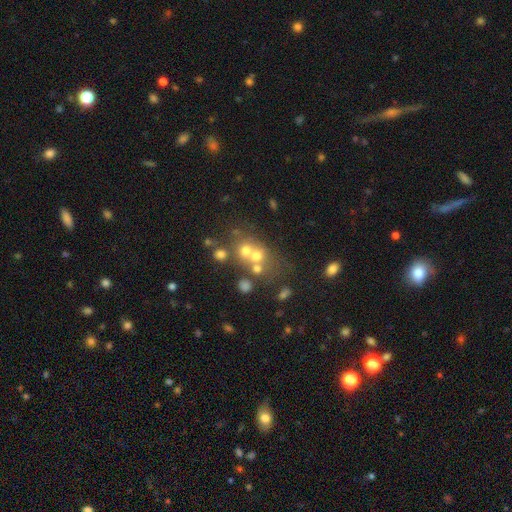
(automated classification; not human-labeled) smooth-or-featured: smooth: 55% | featured or disk: 25% | star or artifact: 21%
  how-rounded: round: 75% | in between: 24% | cigar-shaped: 1%
  merging: merger: 47% | none: 39% | minor disturbance: 8% | major disturbance: 6%